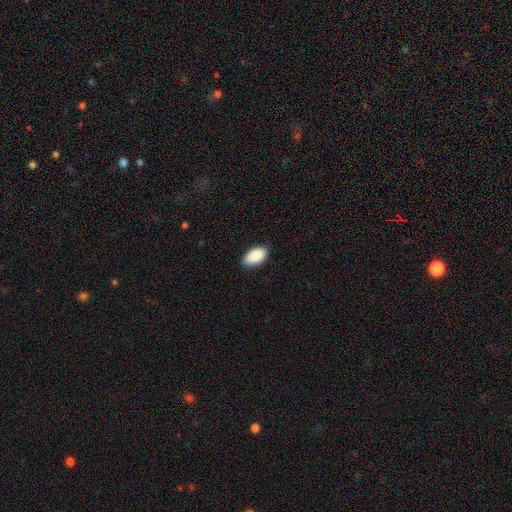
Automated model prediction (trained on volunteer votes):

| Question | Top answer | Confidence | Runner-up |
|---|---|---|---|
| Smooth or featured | smooth | 90% | star or artifact (6%) |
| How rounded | in between | 95% | round (3%) |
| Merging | none | 85% | minor disturbance (12%) |